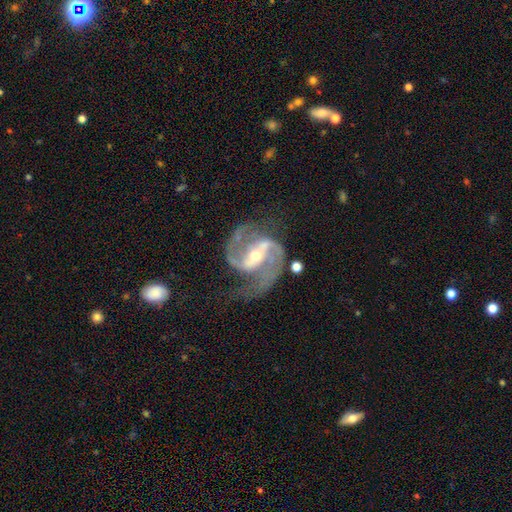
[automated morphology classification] featured or disk 93%, star or artifact 5%, smooth 2%. Down the decision tree: edge-on disk — no (98%); bar — strong (56%); spiral arms — yes (98%); spiral arm count — 2 (92%); spiral winding — medium (64%); bulge size — moderate (52%); merging — none (67%).